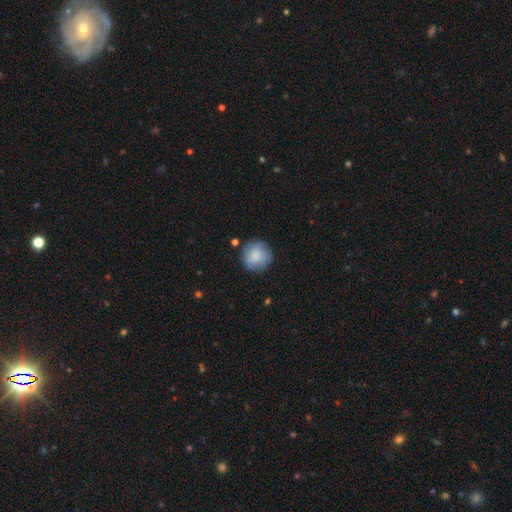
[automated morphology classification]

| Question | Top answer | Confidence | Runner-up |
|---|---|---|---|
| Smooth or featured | smooth | 77% | featured or disk (17%) |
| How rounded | round | 94% | in between (5%) |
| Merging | none | 82% | minor disturbance (12%) |